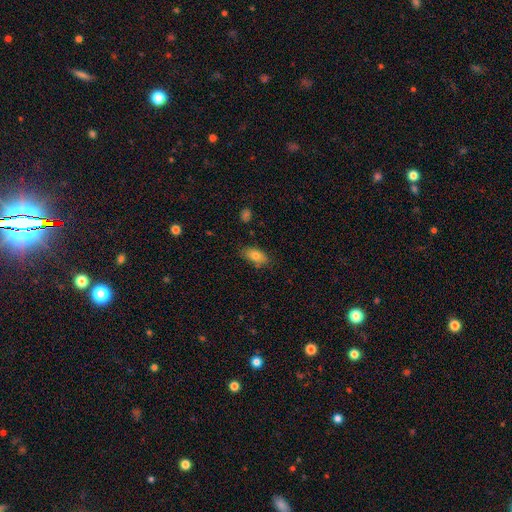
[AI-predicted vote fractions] Smooth or featured? Predicted: smooth (p=0.79). How rounded? Predicted: in between (p=0.89). Merging? Predicted: none (p=0.81).